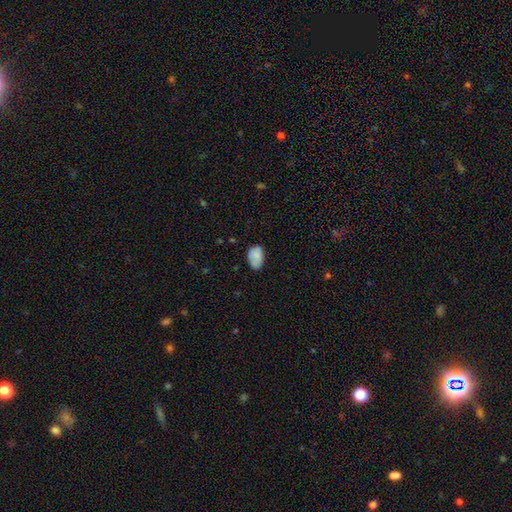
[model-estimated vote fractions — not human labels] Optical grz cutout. It shows a smooth galaxy with no disk features (84%) that is in between round and cigar-shaped (87%). Merging: none (63%).